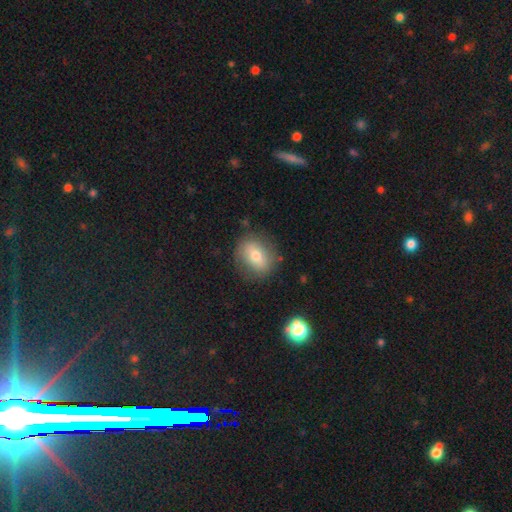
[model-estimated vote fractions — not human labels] Overall: smooth (66%). How rounded: in between (50%; round 48%). Merging: none (81%).